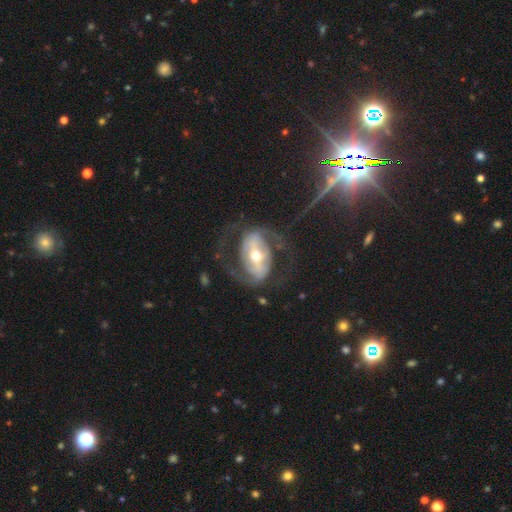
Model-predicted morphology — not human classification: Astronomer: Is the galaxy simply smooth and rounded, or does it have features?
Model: featured or disk — 86%.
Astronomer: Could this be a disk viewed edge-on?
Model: no — 96%.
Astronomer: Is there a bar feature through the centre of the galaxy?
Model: strong — 59%.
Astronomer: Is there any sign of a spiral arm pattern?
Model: yes — 91%.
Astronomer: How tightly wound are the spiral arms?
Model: medium — 54%.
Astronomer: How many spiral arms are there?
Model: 2 — 90%.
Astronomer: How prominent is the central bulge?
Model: moderate — 59% (runner-up: small, 34%).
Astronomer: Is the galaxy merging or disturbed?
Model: none — 68%.